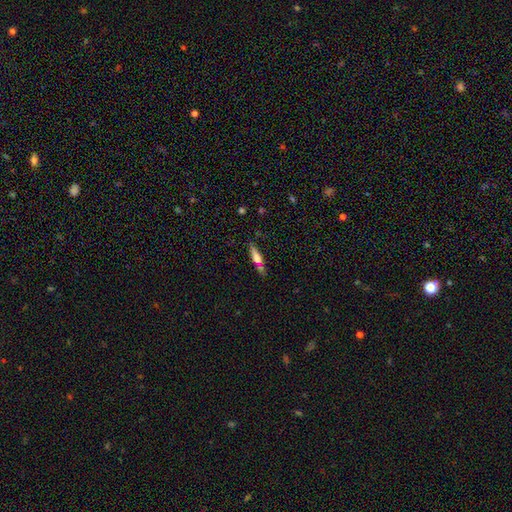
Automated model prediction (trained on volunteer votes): Morphology: type=smooth (54%); roundness=cigar-shaped (72%); merging=none (59%).